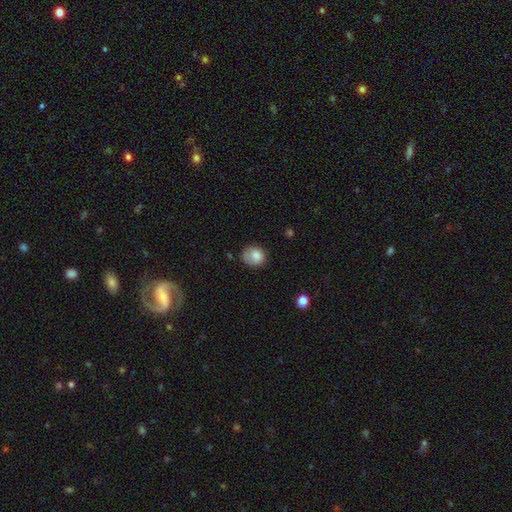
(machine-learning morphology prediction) Smooth or featured? Predicted: smooth (p=0.82). How rounded? Predicted: round (p=0.67). Merging? Predicted: none (p=0.58).